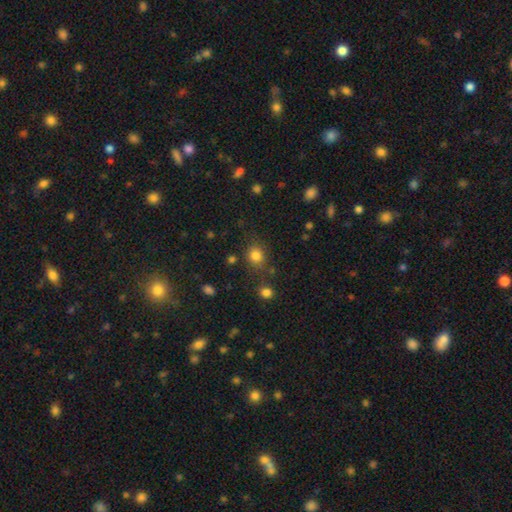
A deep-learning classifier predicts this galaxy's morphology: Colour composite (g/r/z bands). It shows a smooth galaxy with no disk features (81%) that is round (77%). Merging: none (76%).